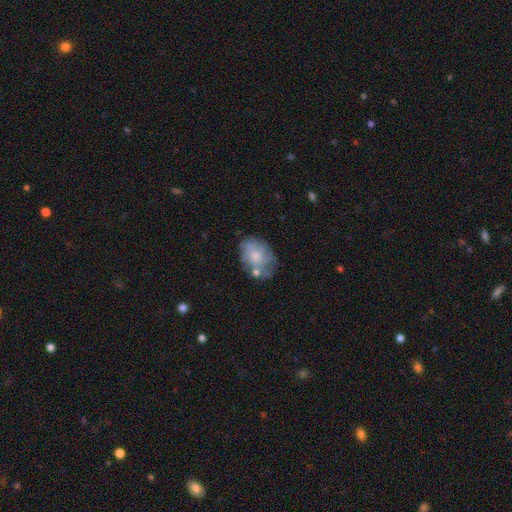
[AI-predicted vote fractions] Q: Smooth or featured?
A: smooth (57%); runner-up: featured or disk (35%)
Q: How rounded?
A: in between (69%); runner-up: round (30%)
Q: Merging?
A: none (51%); runner-up: minor disturbance (26%)